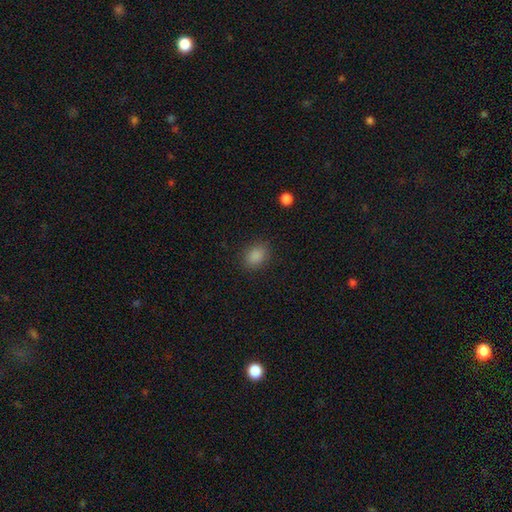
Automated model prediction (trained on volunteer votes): A smooth galaxy with no disk features (86%) that is in between round and cigar-shaped (66%).

Vote fractions:
- Smooth or featured? smooth: 86% / star or artifact: 10% / featured or disk: 4%
- How rounded? in between: 66% / round: 32% / cigar-shaped: 1%
- Merging? none: 86% / minor disturbance: 10% / major disturbance: 3% / merger: 1%